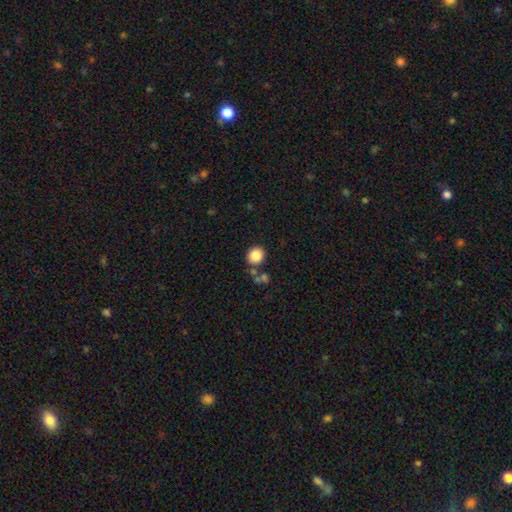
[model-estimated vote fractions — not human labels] Overall: smooth (85%). How rounded: round (80%). Merging: none (75%).